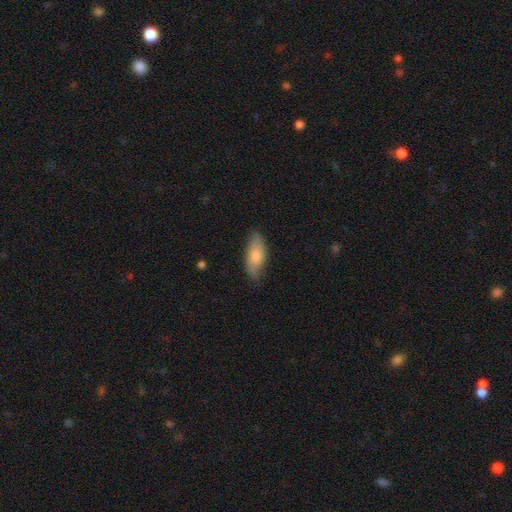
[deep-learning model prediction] smooth 72%, featured or disk 22%, star or artifact 6%. Down the decision tree: how rounded — in between (85%); merging — none (70%).